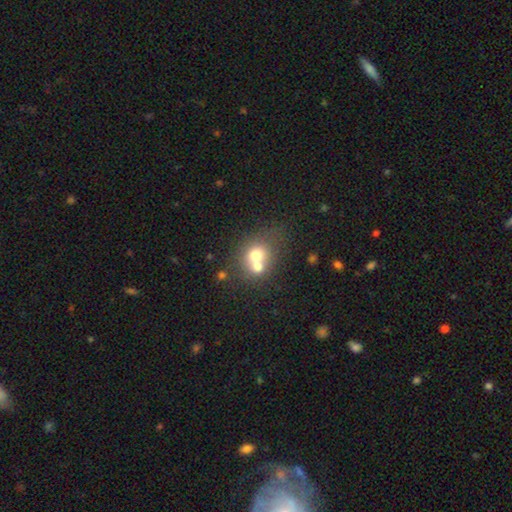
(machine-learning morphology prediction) type=smooth (66%); roundness=round (70%); merging=merger (62%).